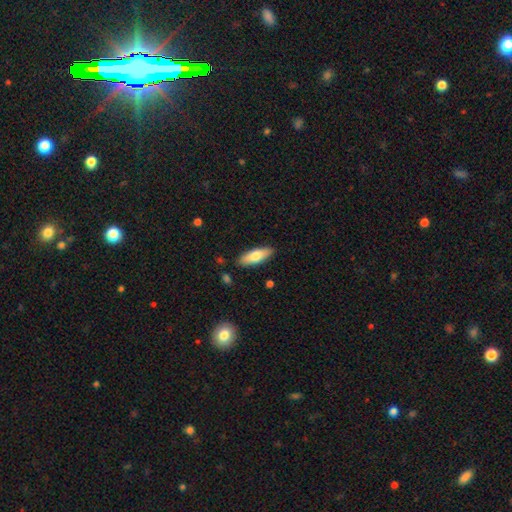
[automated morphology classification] Smooth or featured? smooth (73%)
How rounded? in between (64%)
Merging? none (87%)